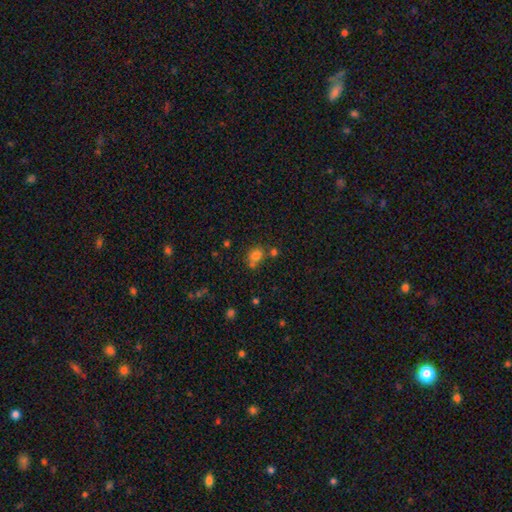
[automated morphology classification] Overall: smooth (75%). How rounded: round (65%; in between 34%). Merging: none (50%; merger 31%).